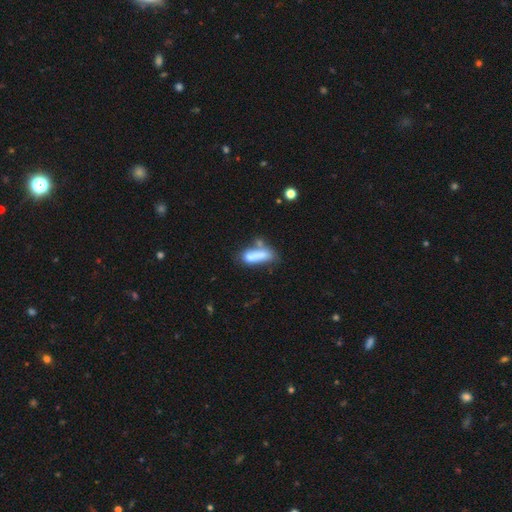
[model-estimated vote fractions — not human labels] This is likely a smooth galaxy (73%). How rounded: possibly in between (51%). Merging: marginally none (35%).